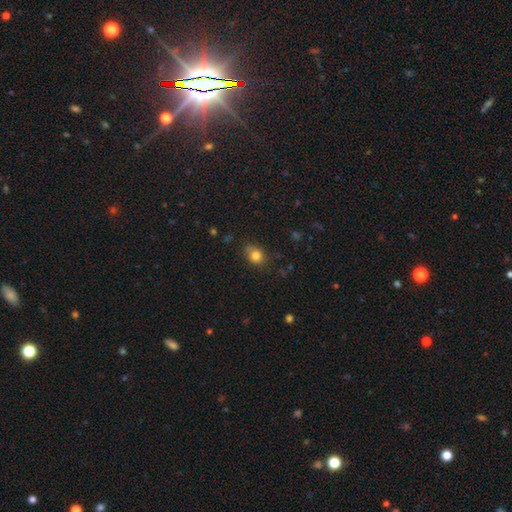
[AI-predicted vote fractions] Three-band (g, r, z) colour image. It shows a smooth galaxy with no disk features (81%) that is round (56%). Merging: none (72%).